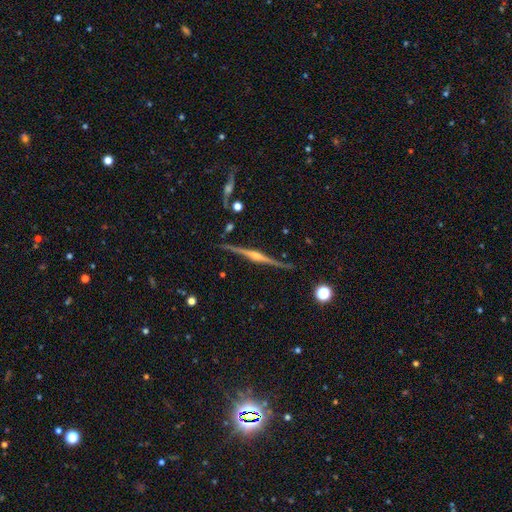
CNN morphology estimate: smooth_or_featured: featured or disk (p=0.89) [alt: star or artifact p=0.06]
disk_edge_on: yes (p=0.99) [alt: no p=0.01]
edge_on_bulge: rounded (p=0.90) [alt: boxy p=0.05]
merging: none (p=0.89) [alt: minor disturbance p=0.08]